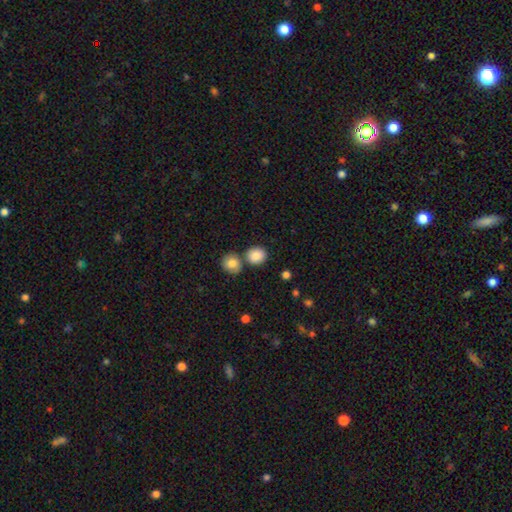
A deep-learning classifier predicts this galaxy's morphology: smooth-or-featured: smooth: 86% | star or artifact: 8% | featured or disk: 5%
  how-rounded: round: 73% | in between: 26% | cigar-shaped: 1%
  merging: none: 65% | merger: 22% | minor disturbance: 10% | major disturbance: 3%